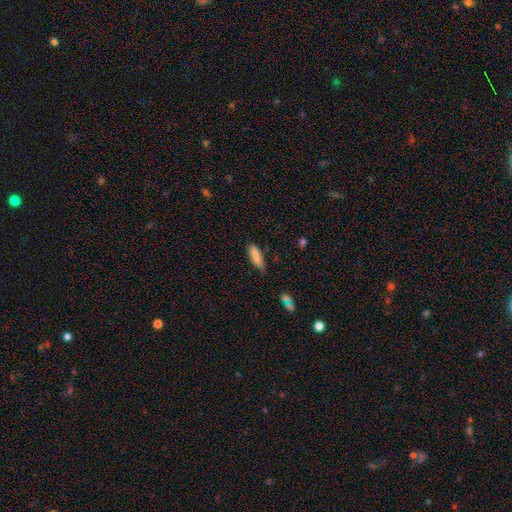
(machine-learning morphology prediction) smooth 86%, star or artifact 7%, featured or disk 7%. Down the decision tree: how rounded — cigar-shaped (50%); merging — none (60%).